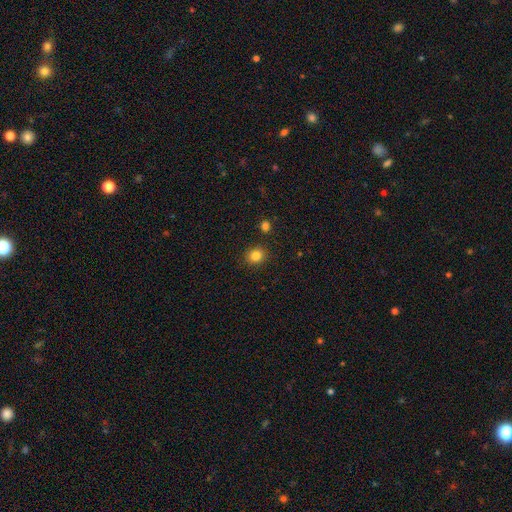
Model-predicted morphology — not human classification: Q: Smooth or featured?
A: smooth (83%); runner-up: star or artifact (11%)
Q: How rounded?
A: round (75%); runner-up: in between (25%)
Q: Merging?
A: none (88%); runner-up: minor disturbance (7%)